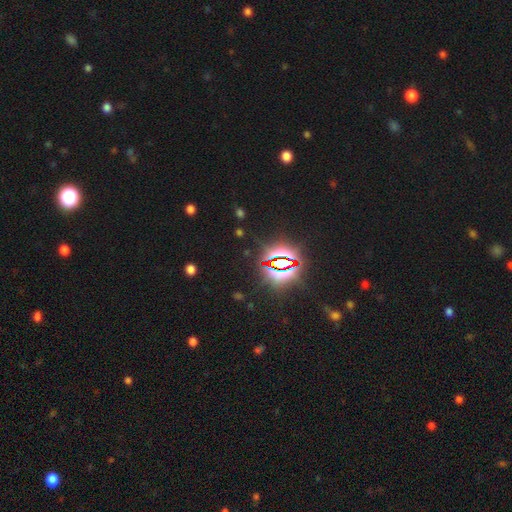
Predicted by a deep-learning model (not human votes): This is clearly a star or artifact rather than a galaxy (83%).